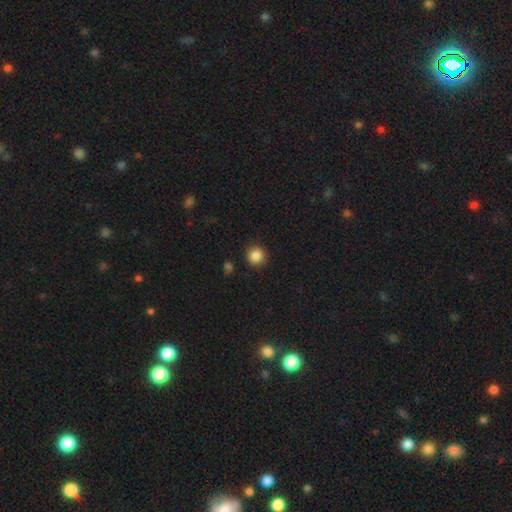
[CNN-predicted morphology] Smooth or featured?
  - smooth: 86% *
  - star or artifact: 10%
  - featured or disk: 4%
How rounded?
  - round: 92% *
  - in between: 7%
  - cigar-shaped: 1%
Merging?
  - none: 90% *
  - minor disturbance: 7%
  - major disturbance: 2%
  - merger: 1%